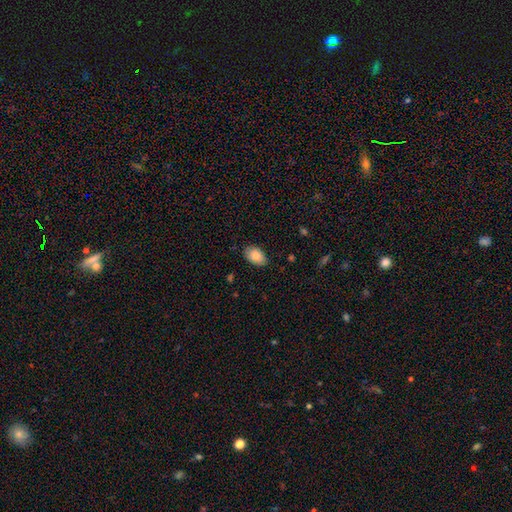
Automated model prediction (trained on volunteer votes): This appears to be a smooth galaxy with no disk features (86%) that is in between round and cigar-shaped (90%). Merging: none (84%).